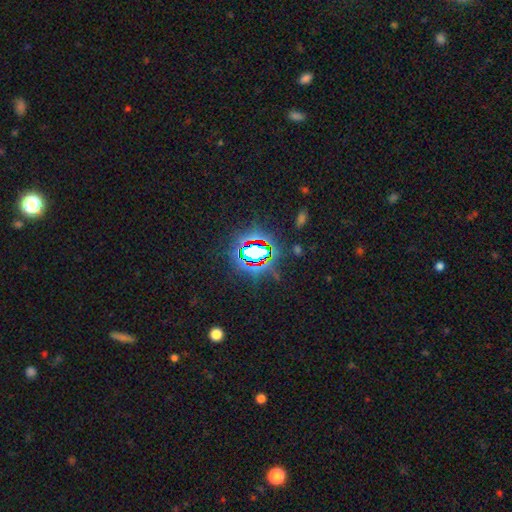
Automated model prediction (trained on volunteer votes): Smooth or featured? Predicted: star or artifact (p=0.73).